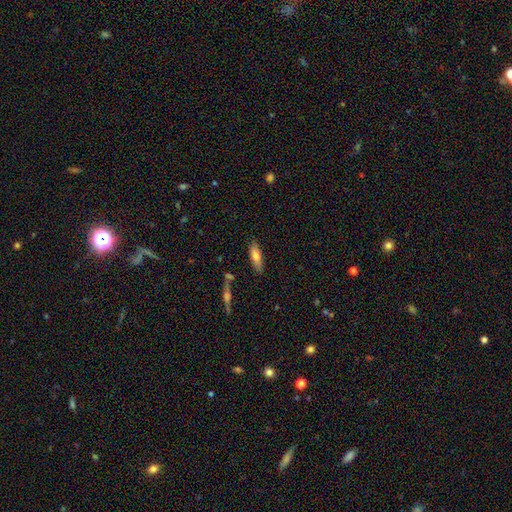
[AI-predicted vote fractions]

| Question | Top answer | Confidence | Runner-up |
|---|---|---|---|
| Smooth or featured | smooth | 72% | featured or disk (21%) |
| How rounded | cigar-shaped | 50% | in between (48%) |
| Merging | none | 82% | minor disturbance (12%) |